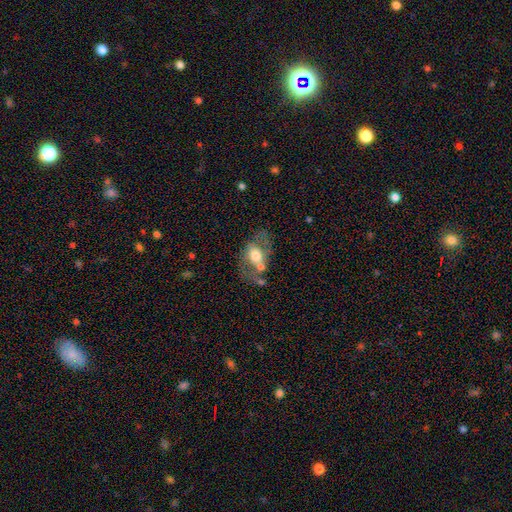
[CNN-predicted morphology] Smooth or featured?
  - featured or disk: 50% *
  - smooth: 42%
  - star or artifact: 8%
Edge-on disk?
  - no: 92% *
  - yes: 8%
Merging?
  - none: 46% *
  - minor disturbance: 20%
  - merger: 20%
  - major disturbance: 14%